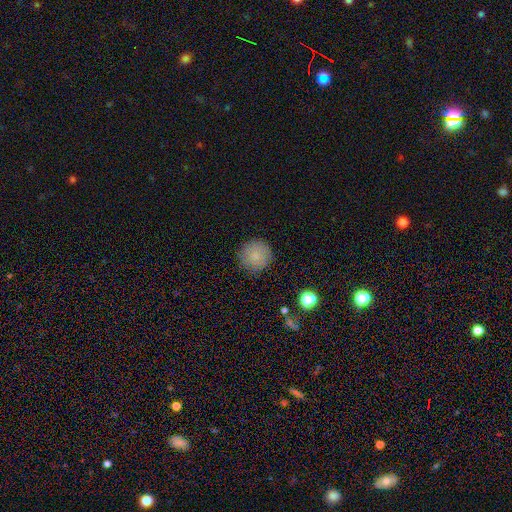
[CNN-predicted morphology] type=smooth (82%); roundness=round (95%); merging=none (87%).